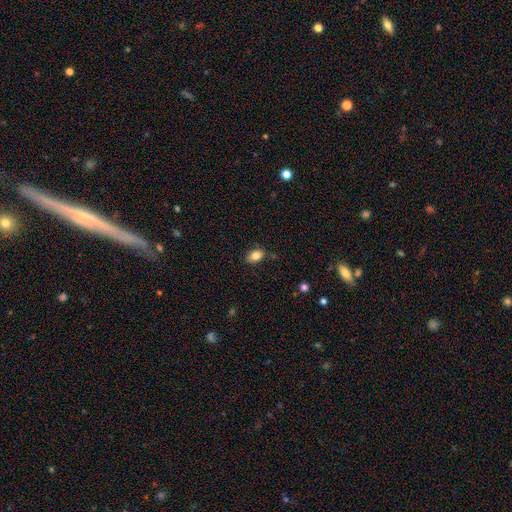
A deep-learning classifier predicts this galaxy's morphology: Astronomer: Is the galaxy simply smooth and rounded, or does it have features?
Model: smooth — 83%.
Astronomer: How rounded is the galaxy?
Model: in between — 84%.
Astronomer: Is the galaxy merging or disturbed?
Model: none — 80%.